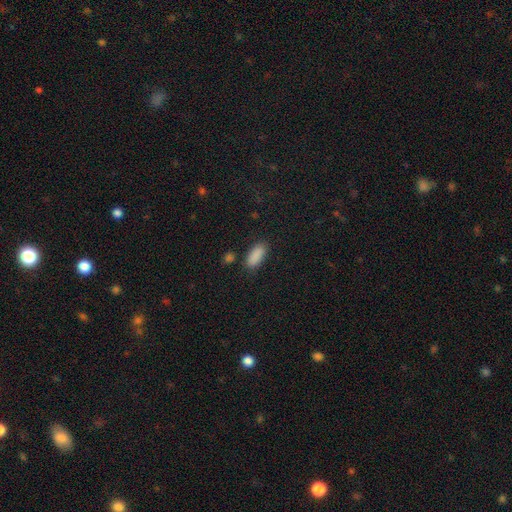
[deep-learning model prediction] Smooth or featured? Predicted: smooth (p=0.89). How rounded? Predicted: in between (p=0.80). Merging? Predicted: none (p=0.83).